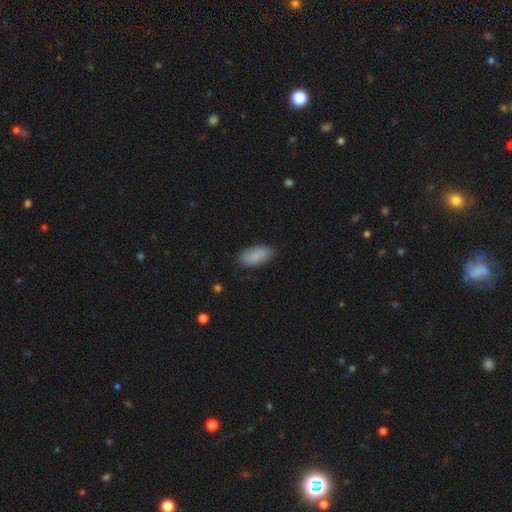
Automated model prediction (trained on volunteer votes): Smooth or featured?
  - smooth: 87% *
  - featured or disk: 7%
  - star or artifact: 6%
How rounded?
  - in between: 91% *
  - cigar-shaped: 7%
  - round: 2%
Merging?
  - none: 83% *
  - minor disturbance: 13%
  - major disturbance: 3%
  - merger: 1%